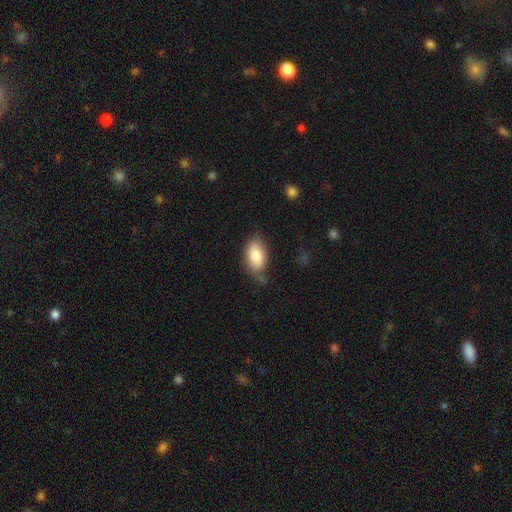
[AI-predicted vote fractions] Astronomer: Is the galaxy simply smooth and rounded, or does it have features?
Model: smooth — 83%.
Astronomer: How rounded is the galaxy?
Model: in between — 93%.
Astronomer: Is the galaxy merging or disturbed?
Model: none — 55% (runner-up: minor disturbance, 32%).